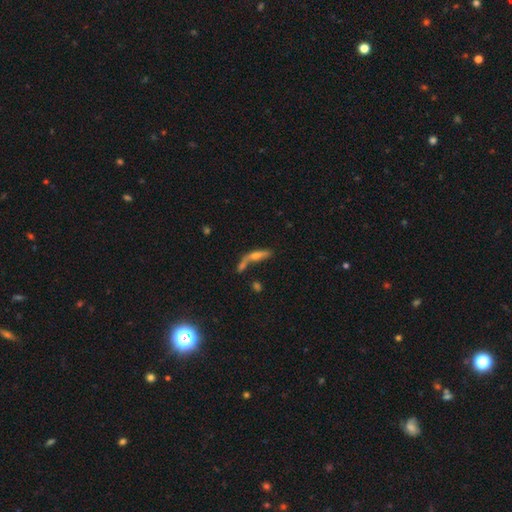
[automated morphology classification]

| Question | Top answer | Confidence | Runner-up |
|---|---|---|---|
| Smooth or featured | smooth | 48% | featured or disk (40%) |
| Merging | merger | 38% | none (35%) |